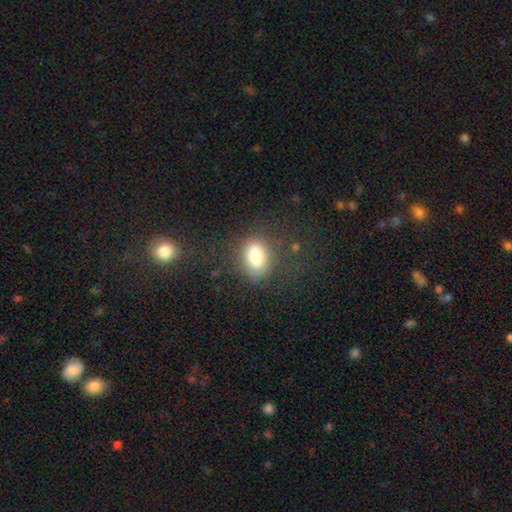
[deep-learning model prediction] Morphology: type=smooth (76%); roundness=in between (73%); merging=none (75%).